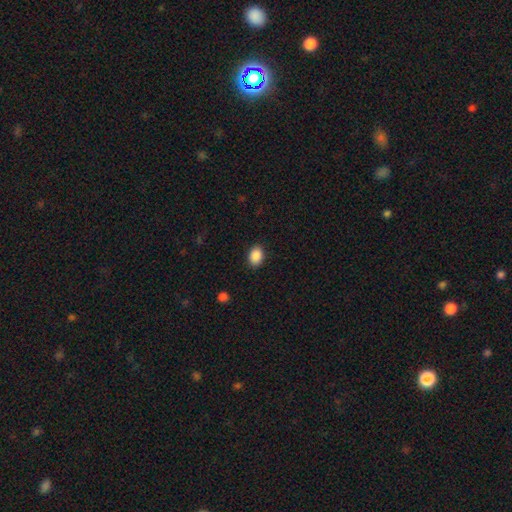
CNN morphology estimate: A smooth galaxy with no disk features (89%) that is in between round and cigar-shaped (76%).

Vote fractions:
- Smooth or featured? smooth: 89% / star or artifact: 8% / featured or disk: 3%
- How rounded? in between: 76% / round: 23% / cigar-shaped: 1%
- Merging? none: 88% / minor disturbance: 9% / major disturbance: 2% / merger: 1%